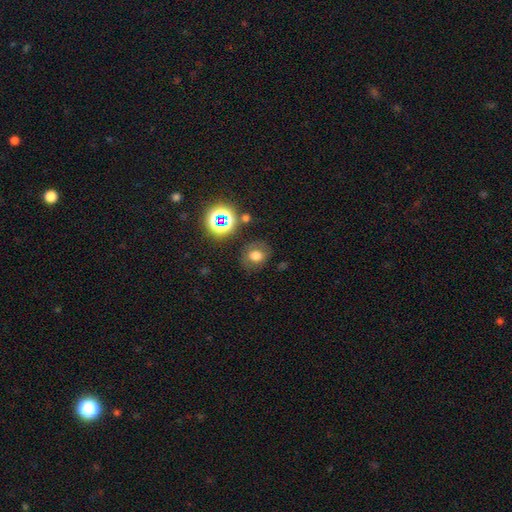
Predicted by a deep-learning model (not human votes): Smooth or featured?
  - smooth: 67% *
  - star or artifact: 18%
  - featured or disk: 15%
How rounded?
  - round: 63% *
  - in between: 36%
  - cigar-shaped: 1%
Merging?
  - none: 77% *
  - minor disturbance: 14%
  - major disturbance: 6%
  - merger: 3%